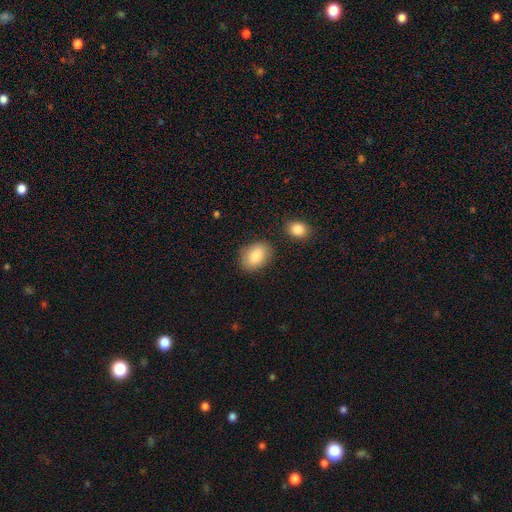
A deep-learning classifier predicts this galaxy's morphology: type=smooth (84%); roundness=in between (78%); merging=none (80%).